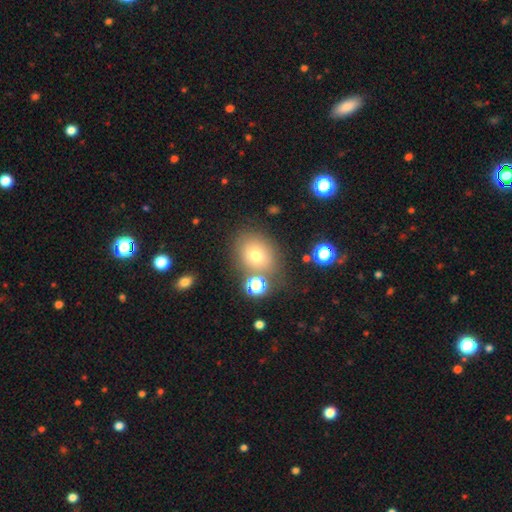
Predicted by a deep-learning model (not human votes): Smooth or featured? Predicted: smooth (p=0.70). How rounded? Predicted: round (p=0.63). Merging? Predicted: none (p=0.69).